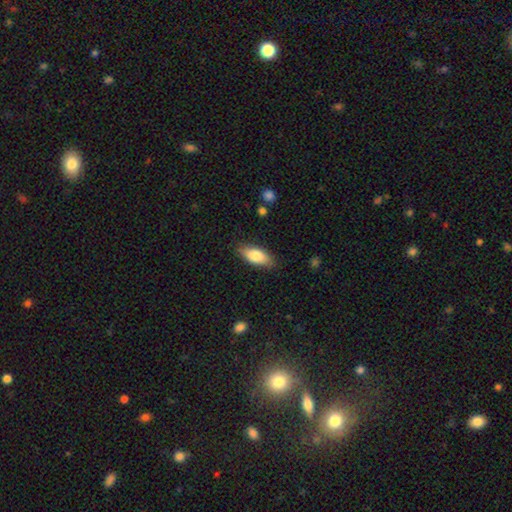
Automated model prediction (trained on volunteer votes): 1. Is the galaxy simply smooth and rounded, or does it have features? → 80% smooth, 14% featured or disk, 6% star or artifact.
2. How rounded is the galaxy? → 83% in between, 15% cigar-shaped, 2% round.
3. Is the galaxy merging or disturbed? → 84% none, 13% minor disturbance, 3% major disturbance, 1% merger.